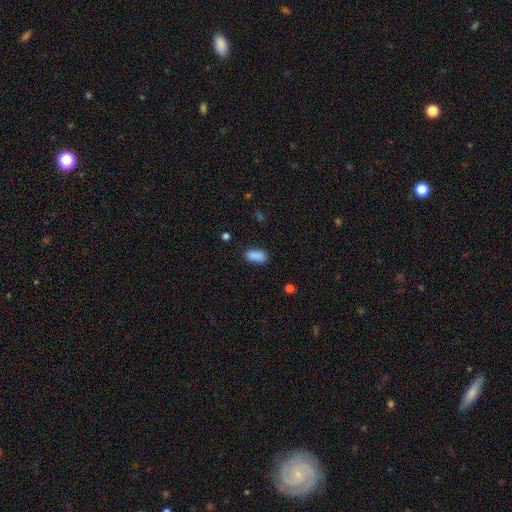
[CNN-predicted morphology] This is clearly a smooth galaxy (88%). How rounded: clearly in between (89%). Merging: likely none (80%).